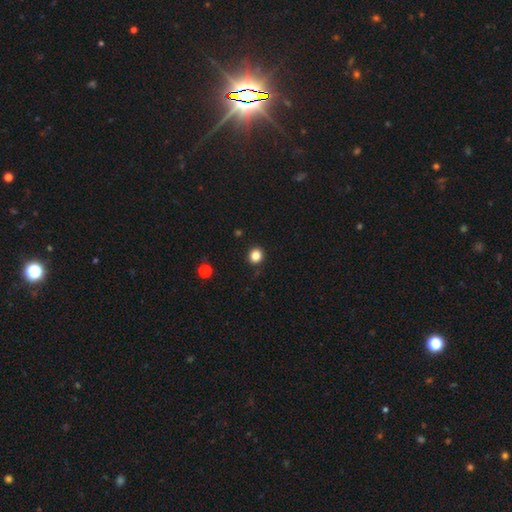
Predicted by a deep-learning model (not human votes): smooth-or-featured: smooth: 84% | star or artifact: 12% | featured or disk: 4%
  how-rounded: round: 86% | in between: 13% | cigar-shaped: 1%
  merging: none: 90% | minor disturbance: 7% | major disturbance: 2% | merger: 1%